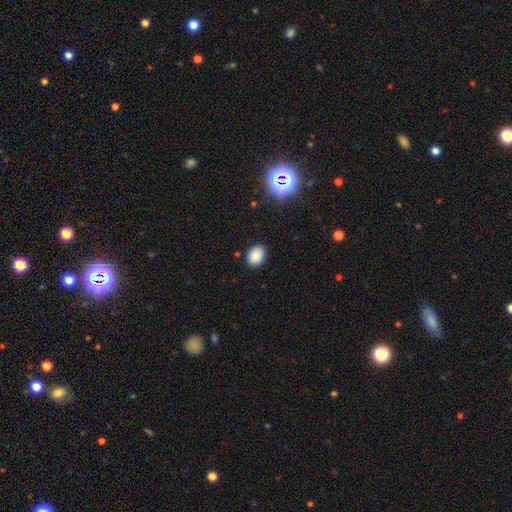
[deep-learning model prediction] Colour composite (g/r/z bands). It shows a smooth galaxy with no disk features (86%) that is in between round and cigar-shaped (63%). Merging: none (87%).